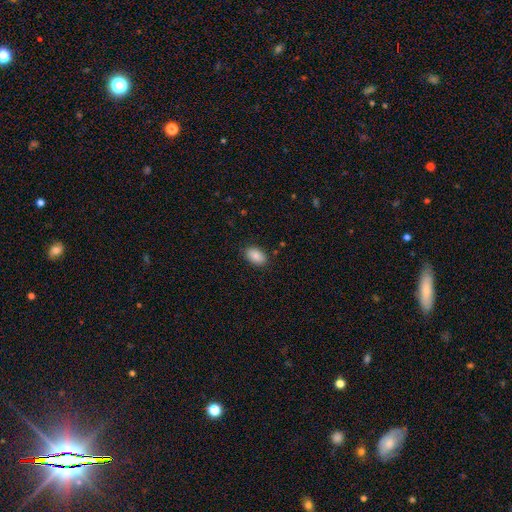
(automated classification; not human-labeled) Morphology: type=smooth (88%); roundness=in between (92%); merging=none (88%).